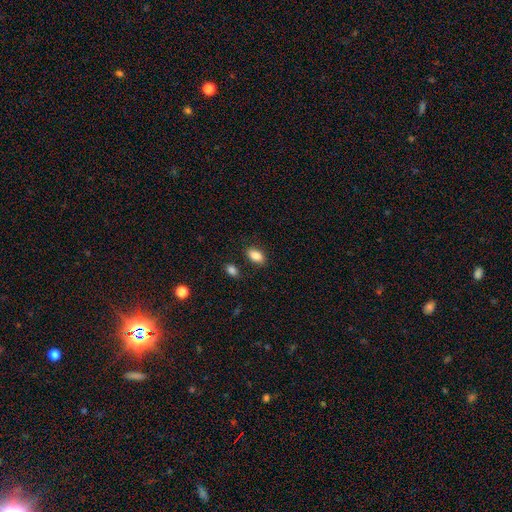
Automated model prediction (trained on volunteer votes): A smooth galaxy with no disk features (87%) that is in between round and cigar-shaped (90%).

Vote fractions:
- Smooth or featured? smooth: 87% / star or artifact: 8% / featured or disk: 5%
- How rounded? in between: 90% / round: 8% / cigar-shaped: 2%
- Merging? none: 82% / minor disturbance: 11% / merger: 4% / major disturbance: 3%